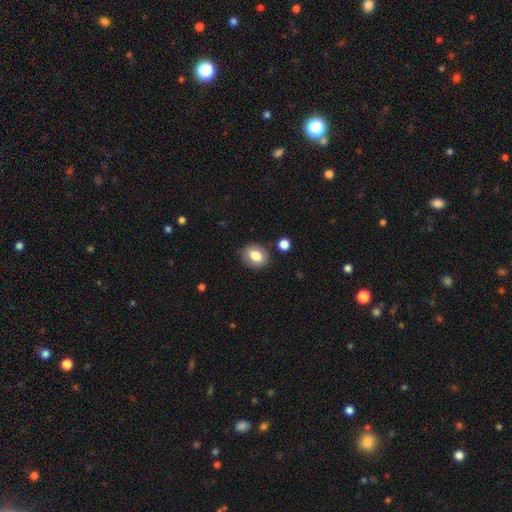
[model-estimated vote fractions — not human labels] This is clearly a smooth galaxy (81%). How rounded: possibly in between (54%). Merging: clearly none (82%).